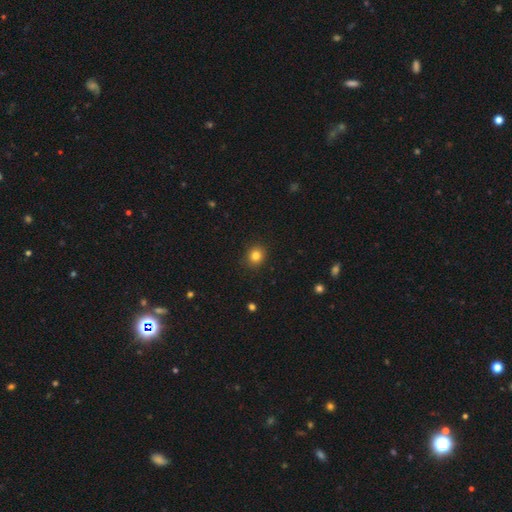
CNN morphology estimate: A smooth galaxy with no disk features (83%) that is round (81%). Merging: none (90%).